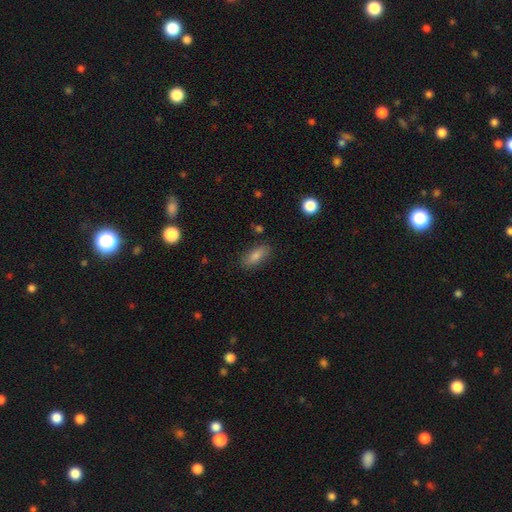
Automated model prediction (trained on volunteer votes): Smooth or featured? Predicted: smooth (p=0.80). How rounded? Predicted: in between (p=0.79). Merging? Predicted: none (p=0.84).